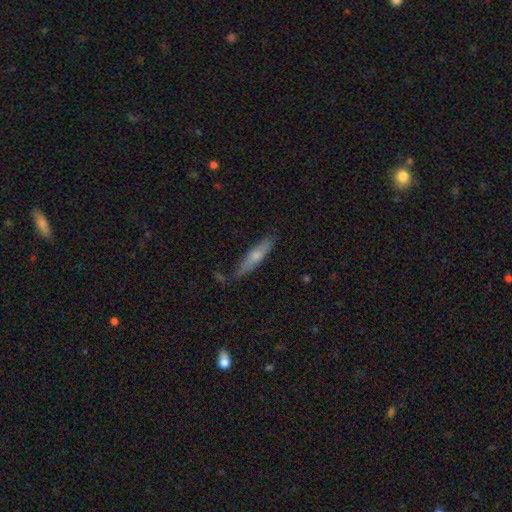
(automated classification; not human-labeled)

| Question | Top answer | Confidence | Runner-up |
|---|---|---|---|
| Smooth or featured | smooth | 57% | featured or disk (37%) |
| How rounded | cigar-shaped | 84% | in between (15%) |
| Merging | none | 79% | minor disturbance (16%) |